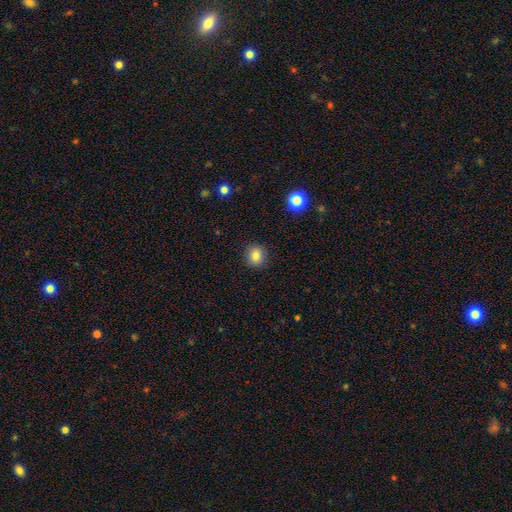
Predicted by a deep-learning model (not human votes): Overall: smooth (82%). How rounded: round (83%). Merging: none (89%).